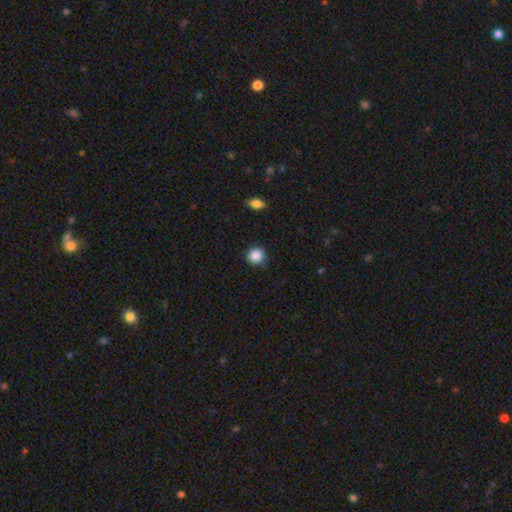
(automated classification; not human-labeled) This is clearly a smooth galaxy (87%). How rounded: clearly round (93%). Merging: clearly none (89%).